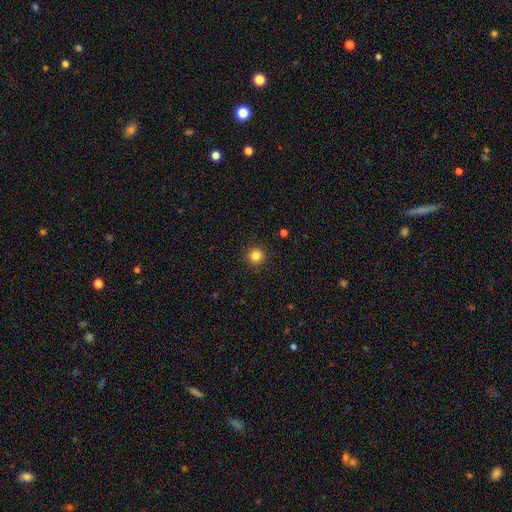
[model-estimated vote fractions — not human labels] A smooth galaxy with no disk features (84%) that is round (95%). Merging: none (92%).